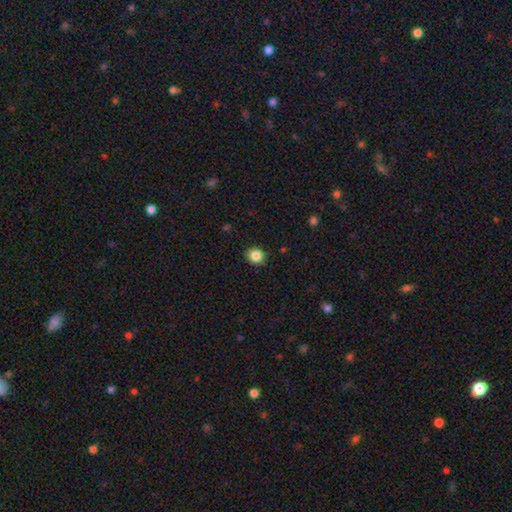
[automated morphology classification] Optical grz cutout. It shows a smooth galaxy with no disk features (85%) that is round (83%). Merging: none (90%).